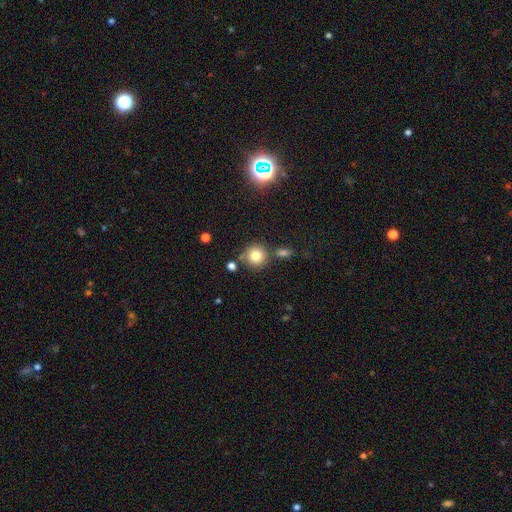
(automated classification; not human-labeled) A smooth galaxy with no disk features (79%) that is round (92%). Merging: none (74%).